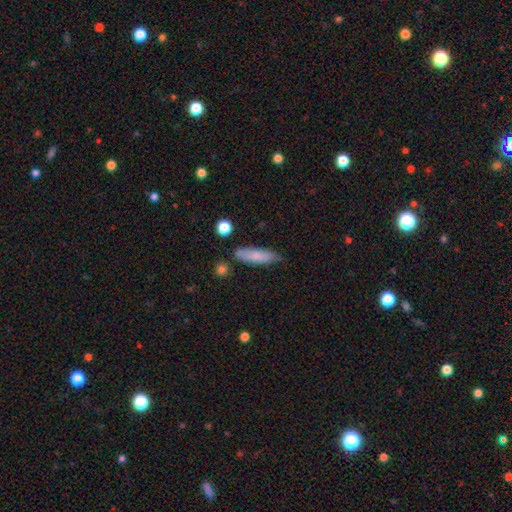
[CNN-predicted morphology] Overall: smooth (79%). How rounded: cigar-shaped (67%; in between 31%). Merging: none (76%).